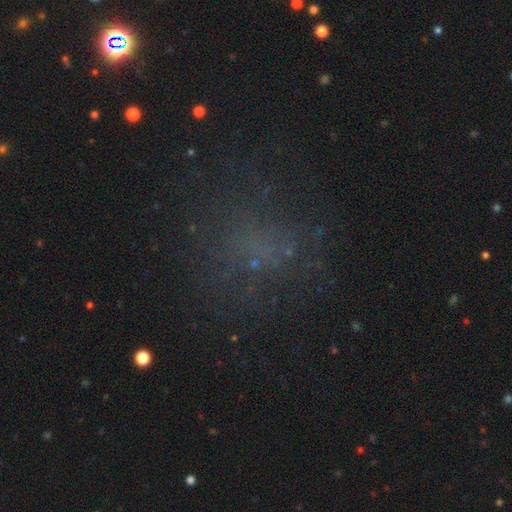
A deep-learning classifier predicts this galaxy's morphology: Q: Smooth or featured?
A: star or artifact (40%); runner-up: smooth (39%)